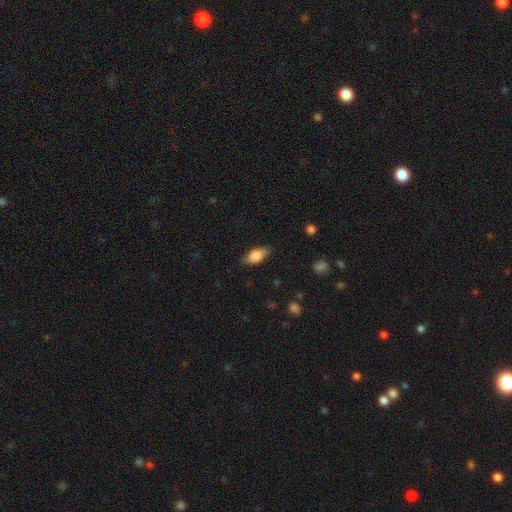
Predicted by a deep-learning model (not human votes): Morphology: type=smooth (78%); roundness=in between (84%); merging=none (81%).